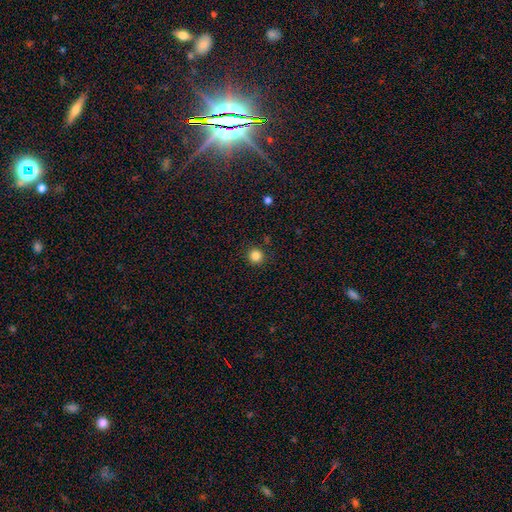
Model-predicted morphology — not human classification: This is clearly a smooth galaxy (84%). How rounded: clearly round (95%). Merging: clearly none (91%).